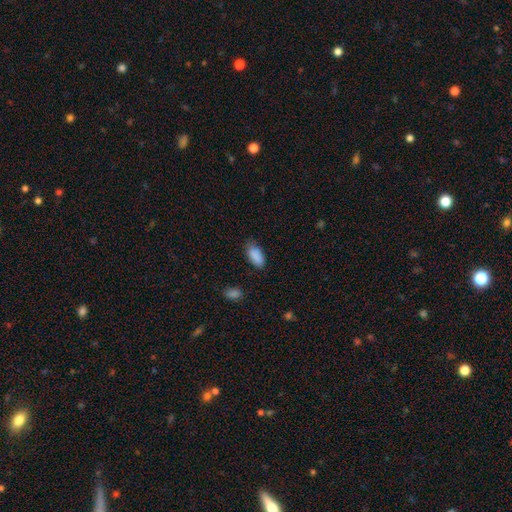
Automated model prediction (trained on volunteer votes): Overall: smooth (89%). How rounded: in between (91%). Merging: none (74%).